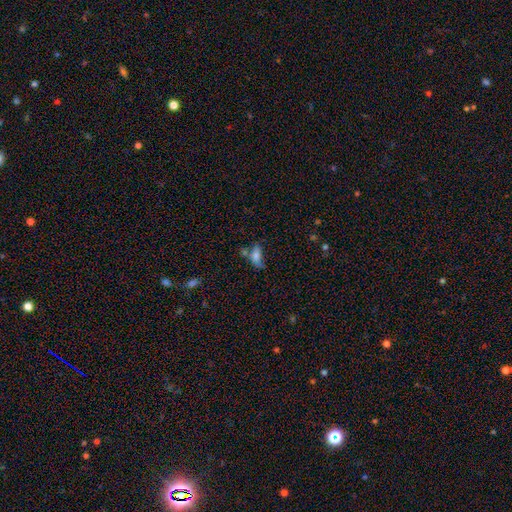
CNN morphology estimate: This appears to be a smooth galaxy with no disk features (66%) that is in between round and cigar-shaped (78%). Merging: none (34%).